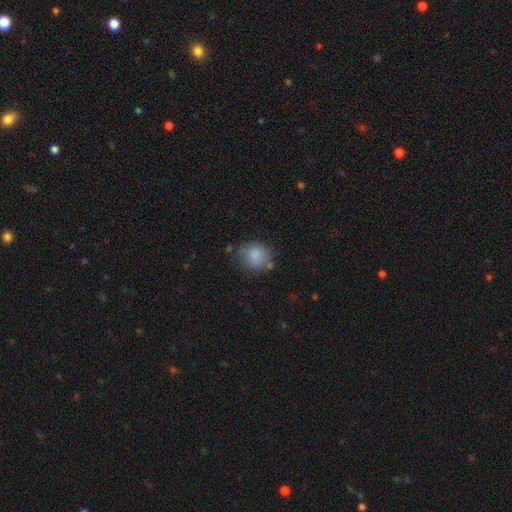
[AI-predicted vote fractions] smooth_or_featured: smooth (p=0.84) [alt: star or artifact p=0.09]
how_rounded: round (p=0.72) [alt: in between p=0.27]
merging: none (p=0.66) [alt: minor disturbance p=0.21]